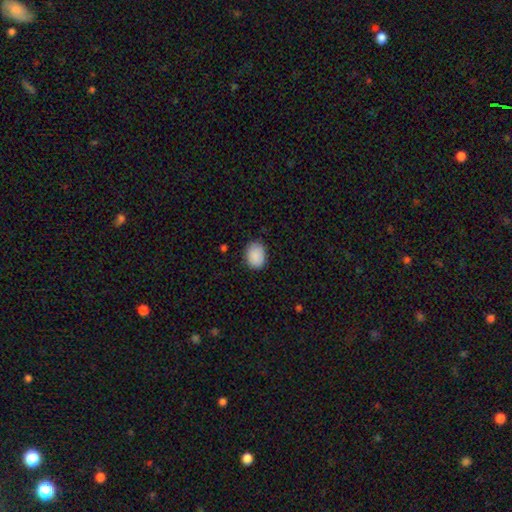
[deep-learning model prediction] Morphology: type=smooth (90%); roundness=in between (68%); merging=none (83%).